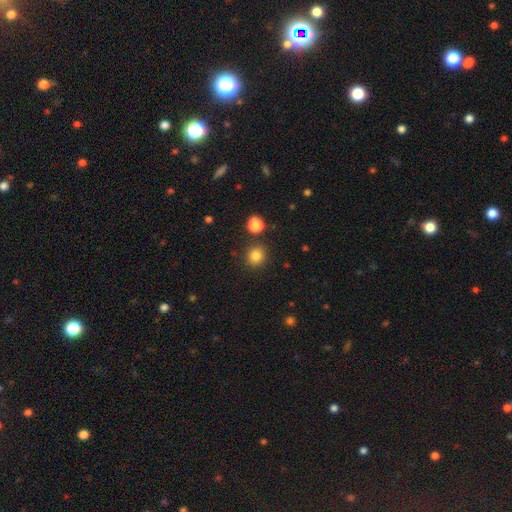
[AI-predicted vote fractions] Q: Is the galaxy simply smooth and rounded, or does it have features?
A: smooth — 82%.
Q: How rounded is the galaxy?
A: round — 86%.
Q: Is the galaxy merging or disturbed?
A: none — 87%.